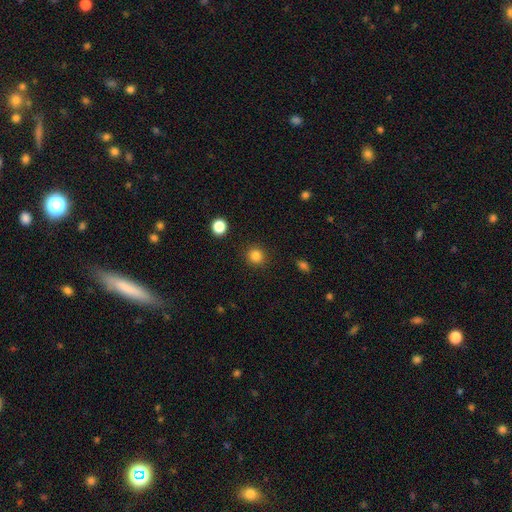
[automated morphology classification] Q: Smooth or featured?
A: smooth (84%); runner-up: star or artifact (12%)
Q: How rounded?
A: round (91%); runner-up: in between (8%)
Q: Merging?
A: none (90%); runner-up: minor disturbance (6%)